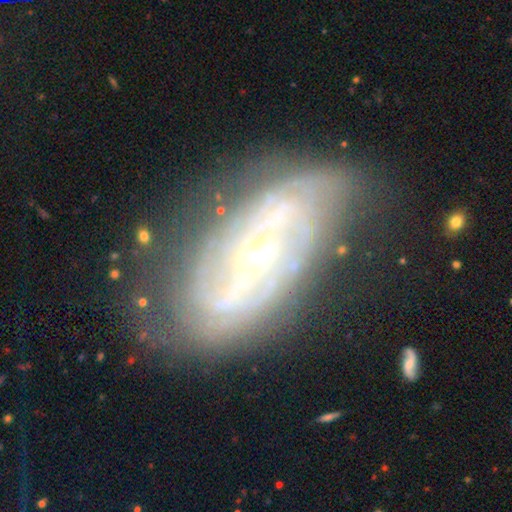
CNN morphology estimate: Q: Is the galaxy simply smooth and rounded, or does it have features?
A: featured or disk — 84%.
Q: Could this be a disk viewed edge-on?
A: no — 92%.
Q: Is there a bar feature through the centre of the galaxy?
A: weak — 38%.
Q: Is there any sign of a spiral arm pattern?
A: yes — 90%.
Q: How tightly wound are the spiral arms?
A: tight — 52%.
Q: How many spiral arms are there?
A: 2 — 41%.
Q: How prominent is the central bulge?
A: small — 62%.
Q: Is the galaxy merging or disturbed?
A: none — 66%.